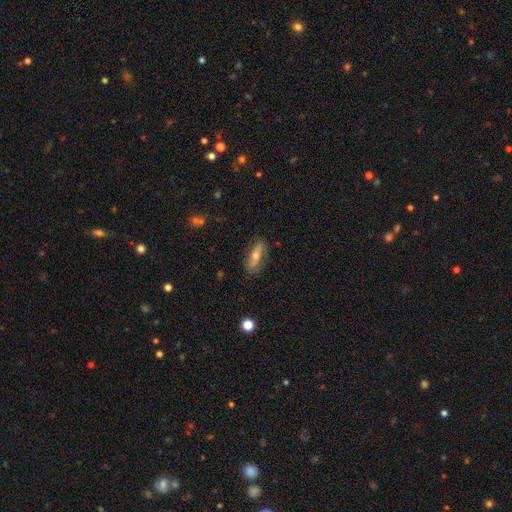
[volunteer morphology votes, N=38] Smooth or featured? 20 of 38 (53%) said smooth. How rounded? 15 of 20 (75%) said cigar-shaped. Merging? 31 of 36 (86%) said none.